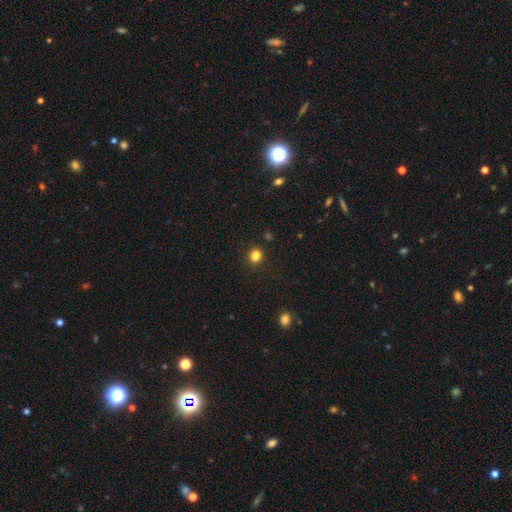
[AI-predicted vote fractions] A smooth galaxy with no disk features (83%) that is round (75%).

Vote fractions:
- Smooth or featured? smooth: 83% / star or artifact: 13% / featured or disk: 4%
- How rounded? round: 75% / in between: 24% / cigar-shaped: 1%
- Merging? none: 87% / minor disturbance: 8% / major disturbance: 3% / merger: 2%